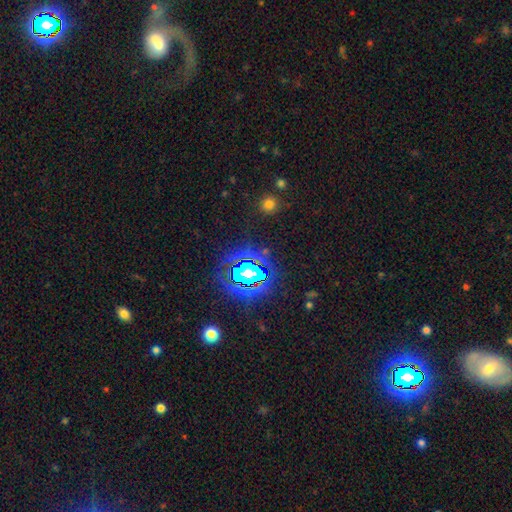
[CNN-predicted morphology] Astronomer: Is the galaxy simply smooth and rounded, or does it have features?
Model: star or artifact — 63%.